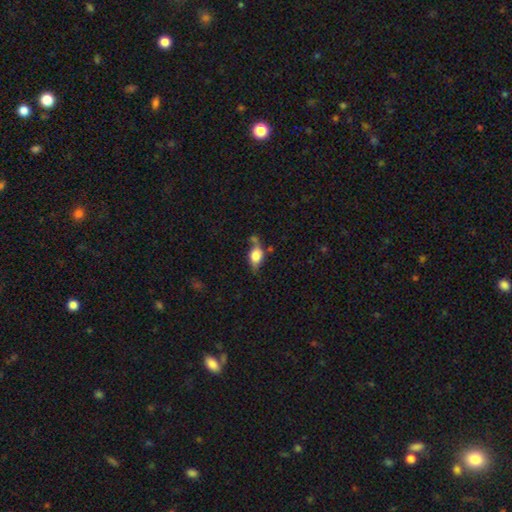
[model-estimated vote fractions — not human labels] A smooth galaxy with no disk features (66%) that is in between round and cigar-shaped (74%). Merging: none (46%).